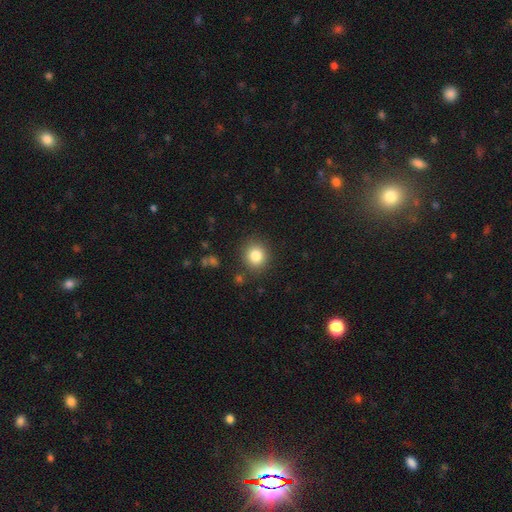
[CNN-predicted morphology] Smooth or featured? smooth (83%)
How rounded? round (88%)
Merging? none (88%)